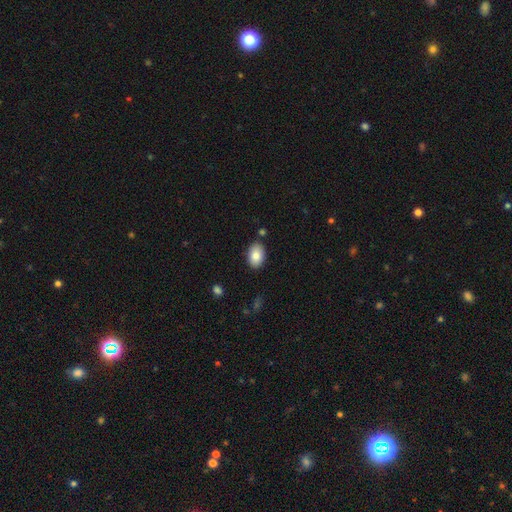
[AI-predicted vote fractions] Smooth or featured?
  - smooth: 84% *
  - featured or disk: 9%
  - star or artifact: 7%
How rounded?
  - in between: 87% *
  - round: 12%
  - cigar-shaped: 1%
Merging?
  - none: 84% *
  - minor disturbance: 11%
  - merger: 3%
  - major disturbance: 2%